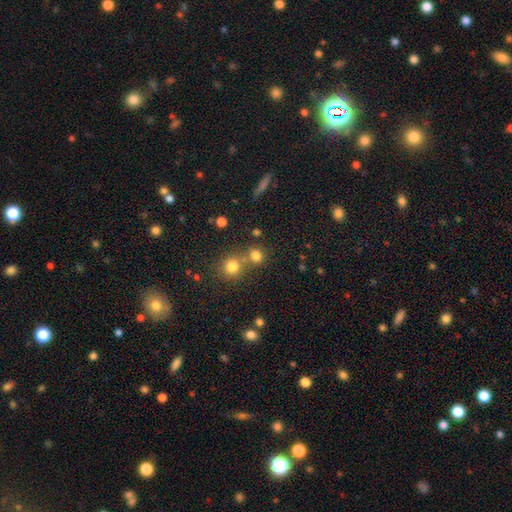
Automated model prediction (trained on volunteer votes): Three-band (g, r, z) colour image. It shows a smooth galaxy with no disk features (78%) that is round (85%). Merging: none (59%).